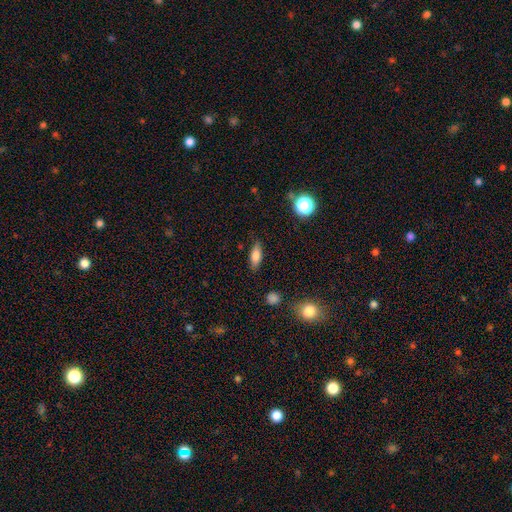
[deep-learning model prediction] Smooth or featured: smooth — 78% (featured or disk — 14%)
How rounded: in between — 75% (cigar-shaped — 21%)
Merging: none — 84% (minor disturbance — 12%)